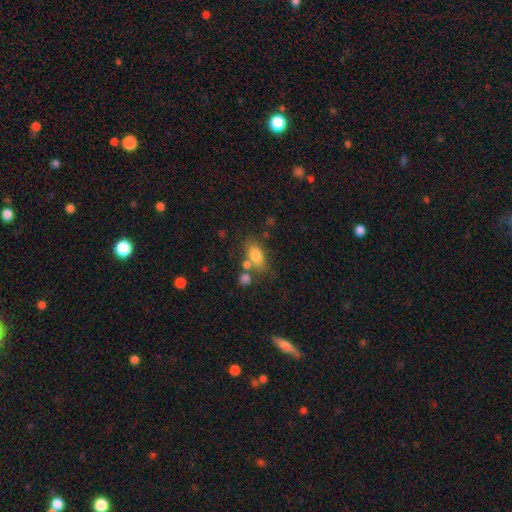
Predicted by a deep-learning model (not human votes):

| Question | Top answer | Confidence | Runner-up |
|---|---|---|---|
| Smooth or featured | smooth | 80% | featured or disk (12%) |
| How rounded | in between | 85% | round (9%) |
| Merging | none | 60% | merger (19%) |